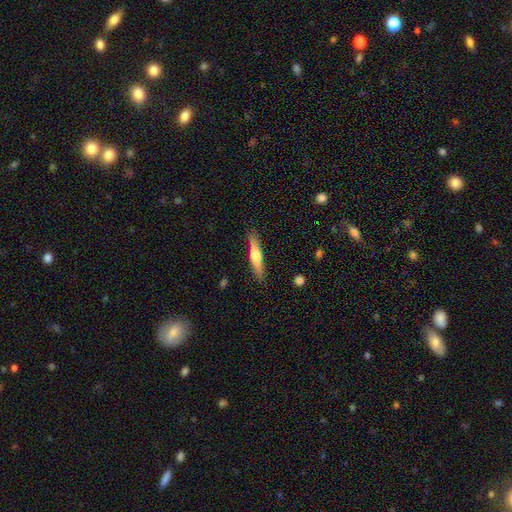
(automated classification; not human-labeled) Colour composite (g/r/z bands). It shows a smooth galaxy with no disk features (51%) that is cigar-shaped (88%). Merging: none (87%).